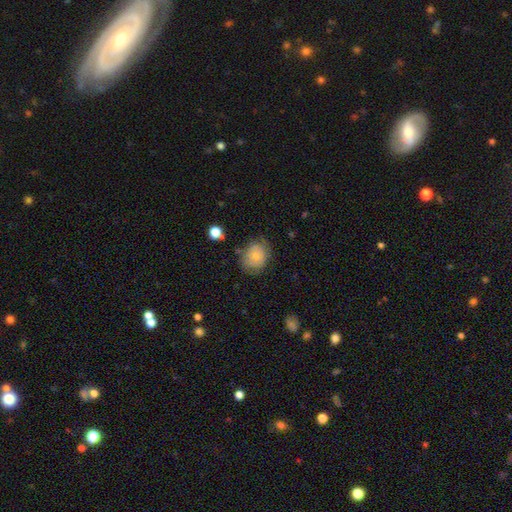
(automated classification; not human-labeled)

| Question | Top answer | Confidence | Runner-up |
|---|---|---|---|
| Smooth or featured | smooth | 68% | featured or disk (23%) |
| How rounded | round | 53% | in between (46%) |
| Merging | none | 65% | minor disturbance (25%) |